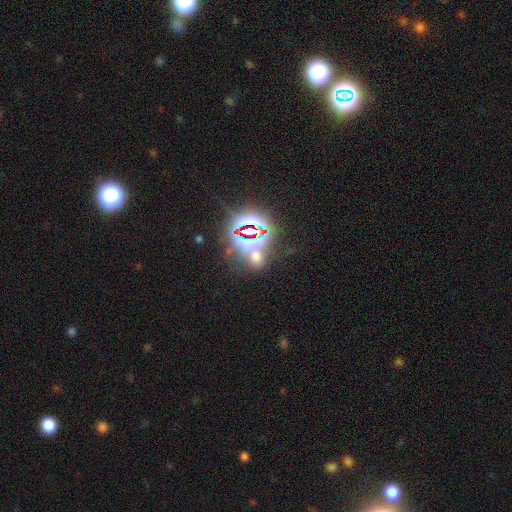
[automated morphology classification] This appears to be a star or artifact, not a galaxy (57%).